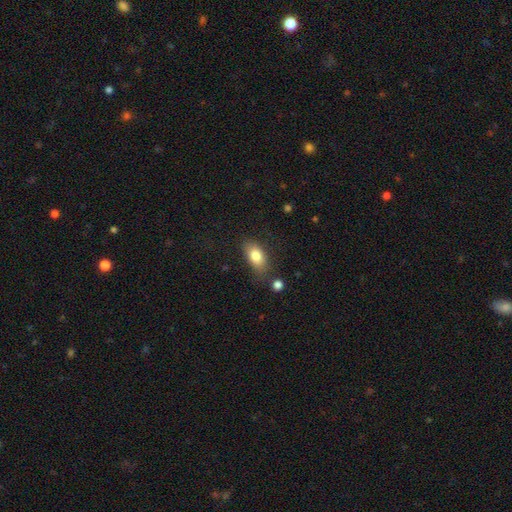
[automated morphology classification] Smooth or featured? Predicted: smooth (p=0.81). How rounded? Predicted: in between (p=0.88). Merging? Predicted: none (p=0.71).